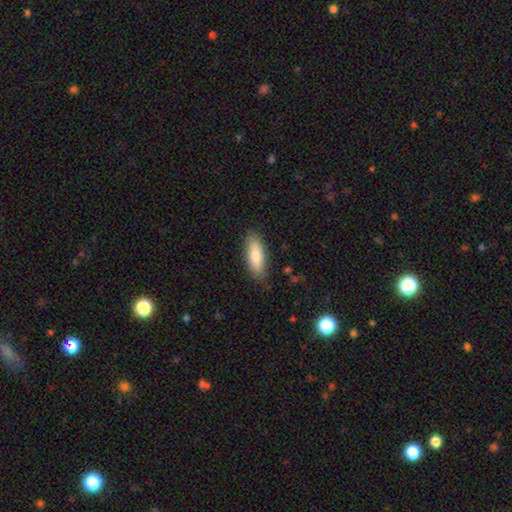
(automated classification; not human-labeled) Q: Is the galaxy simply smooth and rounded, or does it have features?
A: smooth — 80%.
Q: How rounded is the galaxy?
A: in between — 69%.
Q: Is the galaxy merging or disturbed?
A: none — 86%.